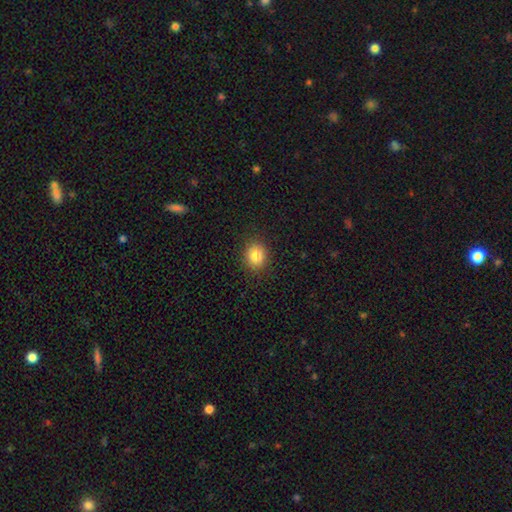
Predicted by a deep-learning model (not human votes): A smooth galaxy with no disk features (82%) that is round (77%). Merging: none (89%).